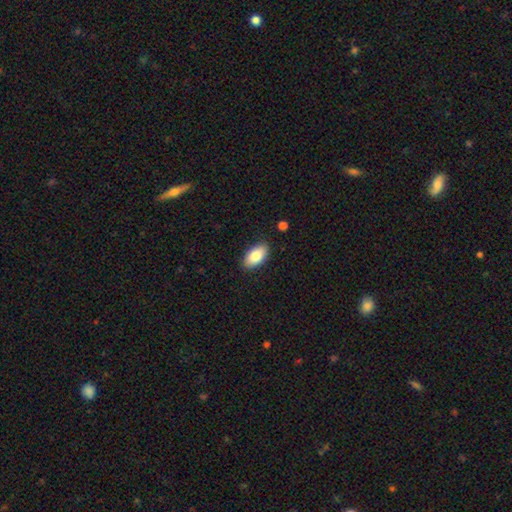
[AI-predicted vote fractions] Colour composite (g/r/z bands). It shows a smooth galaxy with no disk features (83%) that is in between round and cigar-shaped (94%). Merging: none (88%).